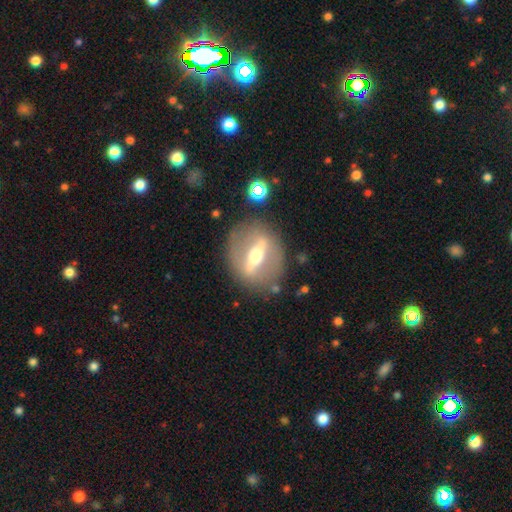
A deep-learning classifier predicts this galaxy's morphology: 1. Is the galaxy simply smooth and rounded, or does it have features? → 77% featured or disk, 16% smooth, 7% star or artifact.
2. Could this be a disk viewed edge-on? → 55% no, 45% yes.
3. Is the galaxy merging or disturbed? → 83% none, 10% minor disturbance, 5% major disturbance, 2% merger.